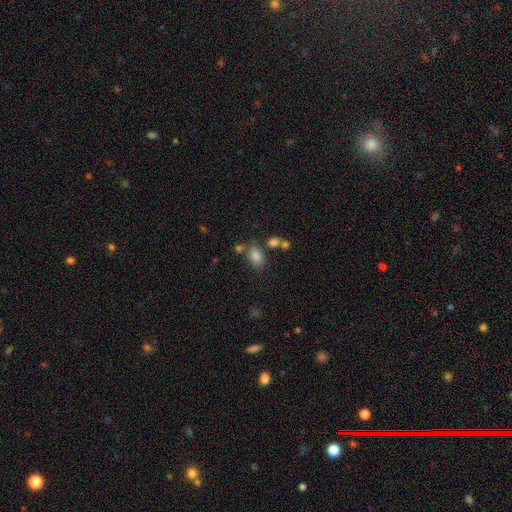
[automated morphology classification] A smooth galaxy with no disk features (81%) that is in between round and cigar-shaped (83%).

Vote fractions:
- Smooth or featured? smooth: 81% / star or artifact: 12% / featured or disk: 7%
- How rounded? in between: 83% / round: 15% / cigar-shaped: 2%
- Merging? none: 66% / merger: 15% / minor disturbance: 14% / major disturbance: 5%